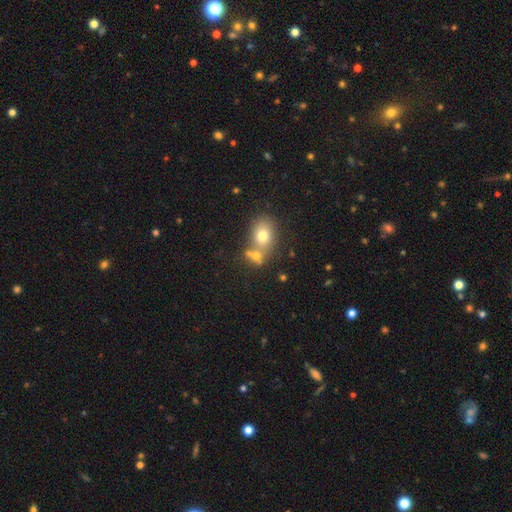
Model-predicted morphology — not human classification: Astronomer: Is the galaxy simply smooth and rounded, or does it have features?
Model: smooth — 70%.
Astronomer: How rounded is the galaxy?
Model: in between — 51% (runner-up: round, 47%).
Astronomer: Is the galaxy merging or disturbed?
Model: merger — 52% (runner-up: none, 34%).